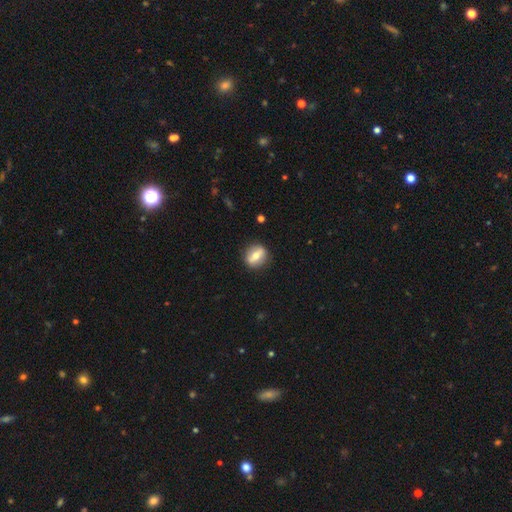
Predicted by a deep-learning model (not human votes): This is possibly a smooth galaxy (50%). Merging: clearly none (87%).